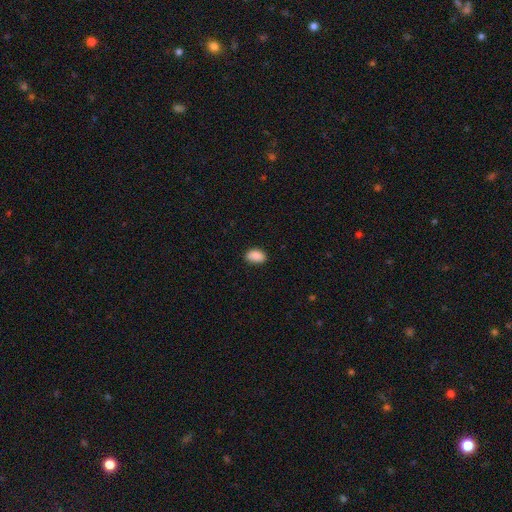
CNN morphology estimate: smooth 89%, star or artifact 7%, featured or disk 4%. Down the decision tree: how rounded — in between (89%); merging — none (81%).